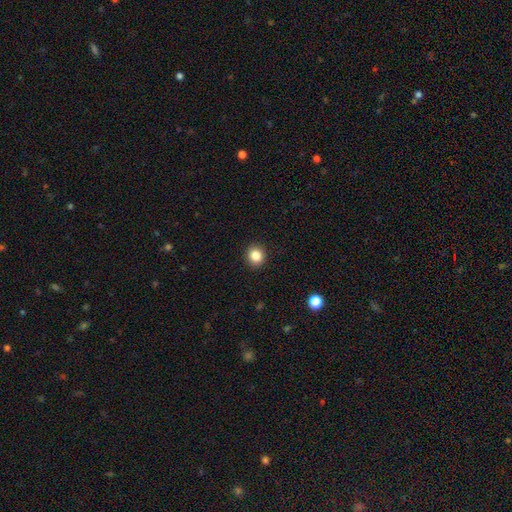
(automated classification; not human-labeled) Overall: smooth (85%). How rounded: round (86%). Merging: none (92%).